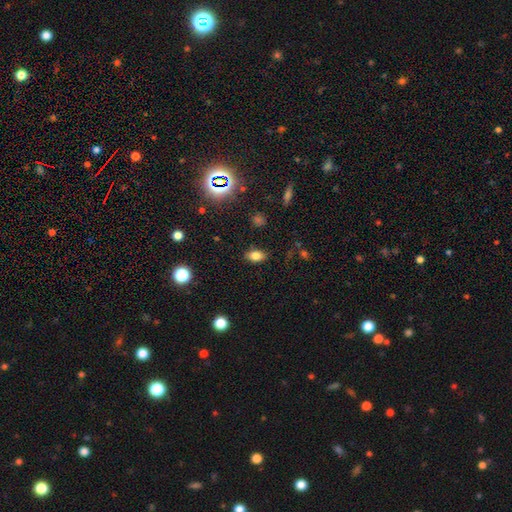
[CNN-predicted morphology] Smooth or featured?
  - smooth: 78% *
  - star or artifact: 13%
  - featured or disk: 9%
How rounded?
  - in between: 86% *
  - round: 11%
  - cigar-shaped: 3%
Merging?
  - none: 86% *
  - minor disturbance: 10%
  - major disturbance: 3%
  - merger: 2%